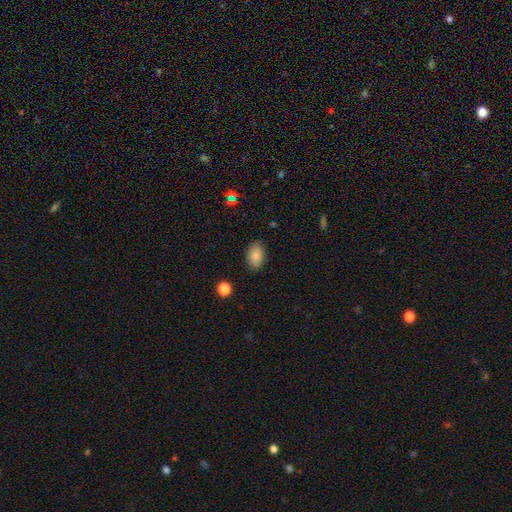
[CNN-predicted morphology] This is clearly a smooth galaxy (84%). How rounded: clearly in between (86%). Merging: clearly none (82%).